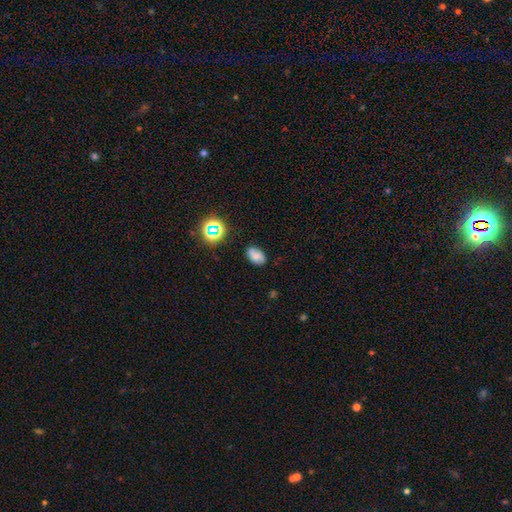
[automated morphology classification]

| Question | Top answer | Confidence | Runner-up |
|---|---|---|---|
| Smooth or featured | smooth | 67% | featured or disk (17%) |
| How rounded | in between | 86% | round (13%) |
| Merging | none | 71% | minor disturbance (19%) |